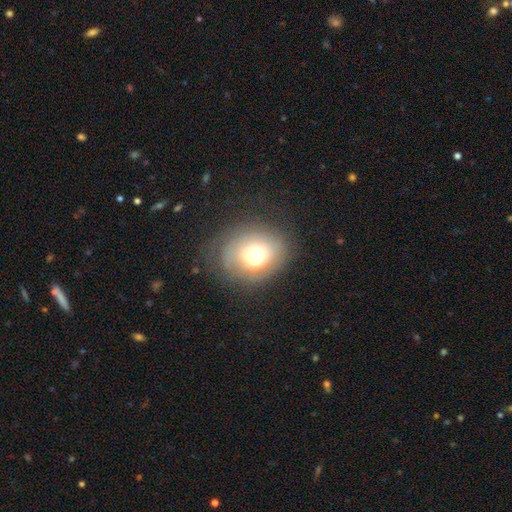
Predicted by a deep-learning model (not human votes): Smooth or featured?
  - smooth: 64% *
  - featured or disk: 22%
  - star or artifact: 14%
How rounded?
  - round: 63% *
  - in between: 36%
  - cigar-shaped: 1%
Merging?
  - none: 66% *
  - minor disturbance: 19%
  - major disturbance: 14%
  - merger: 1%